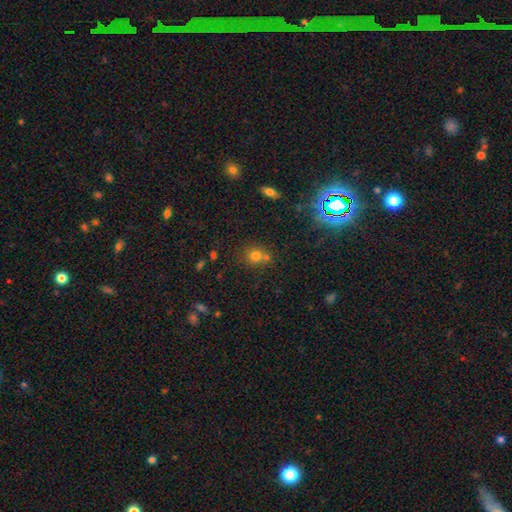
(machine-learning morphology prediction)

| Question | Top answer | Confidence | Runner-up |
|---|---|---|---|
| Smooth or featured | smooth | 73% | star or artifact (18%) |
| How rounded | round | 84% | in between (15%) |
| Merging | none | 56% | merger (31%) |